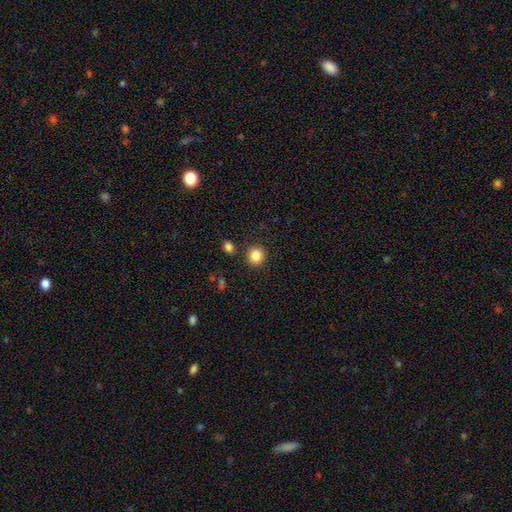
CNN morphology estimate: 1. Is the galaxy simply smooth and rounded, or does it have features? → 85% smooth, 10% star or artifact, 4% featured or disk.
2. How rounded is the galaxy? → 89% round, 10% in between, 1% cigar-shaped.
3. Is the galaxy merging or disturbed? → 87% none, 7% minor disturbance, 4% merger, 2% major disturbance.